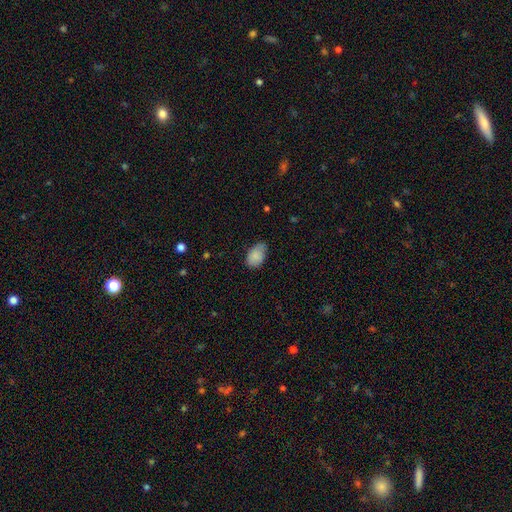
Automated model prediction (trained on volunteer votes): Smooth or featured: smooth — 86% (star or artifact — 8%)
How rounded: in between — 87% (round — 12%)
Merging: none — 57% (minor disturbance — 35%)